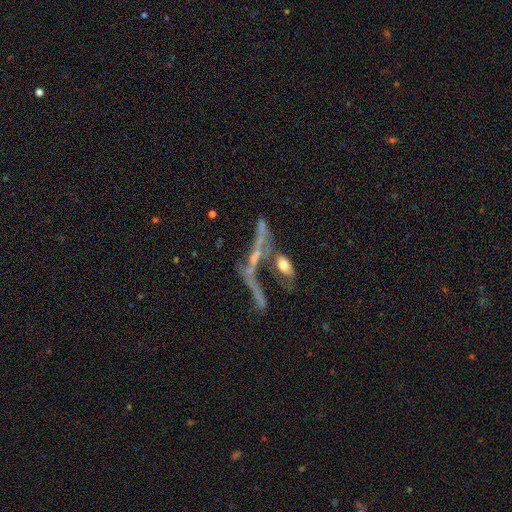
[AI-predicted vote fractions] This is possibly a featured or disk galaxy (57%). It is likely viewed edge-on (60%). Merging: marginally merger (42%).